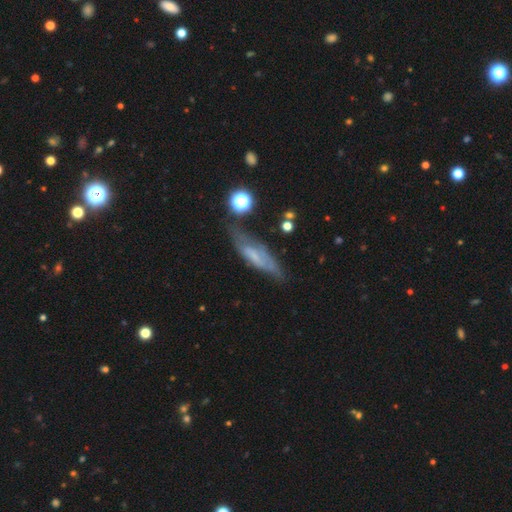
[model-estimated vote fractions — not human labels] featured or disk 51%, smooth 38%, star or artifact 11%. Down the decision tree: edge-on disk — no (54%); merging — none (51%).